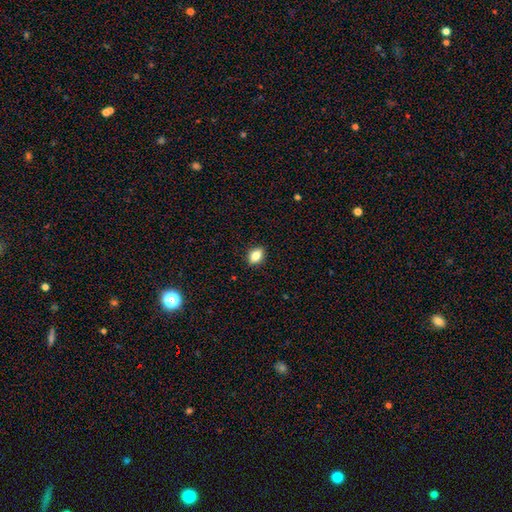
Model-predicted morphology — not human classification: type=smooth (81%); roundness=in between (76%); merging=none (88%).